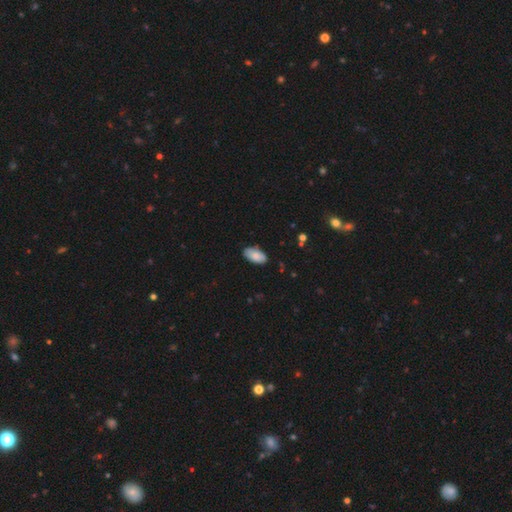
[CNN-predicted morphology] Smooth or featured?
  - smooth: 83% *
  - featured or disk: 11%
  - star or artifact: 6%
How rounded?
  - in between: 95% *
  - cigar-shaped: 3%
  - round: 2%
Merging?
  - none: 82% *
  - minor disturbance: 15%
  - major disturbance: 2%
  - merger: 1%